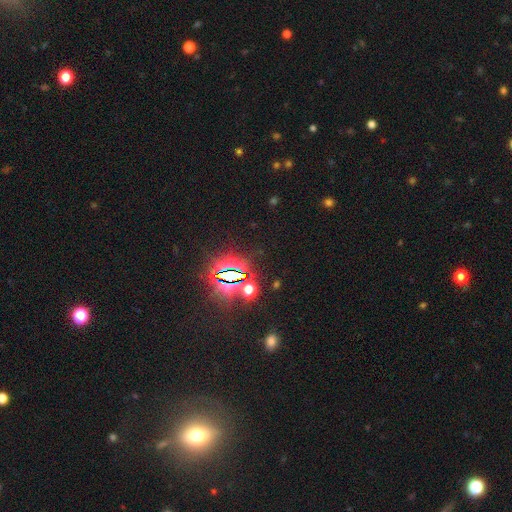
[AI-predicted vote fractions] smooth-or-featured: star or artifact: 82% | smooth: 10% | featured or disk: 7%